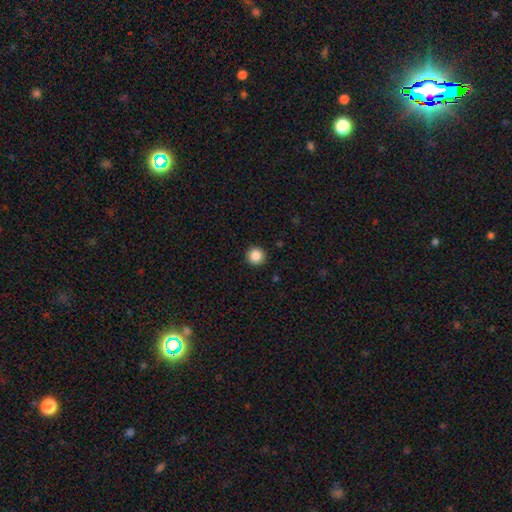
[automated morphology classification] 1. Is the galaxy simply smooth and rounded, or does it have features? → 87% smooth, 10% star or artifact, 3% featured or disk.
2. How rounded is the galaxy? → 96% round, 3% in between, 1% cigar-shaped.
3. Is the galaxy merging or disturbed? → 92% none, 5% minor disturbance, 2% major disturbance, 1% merger.